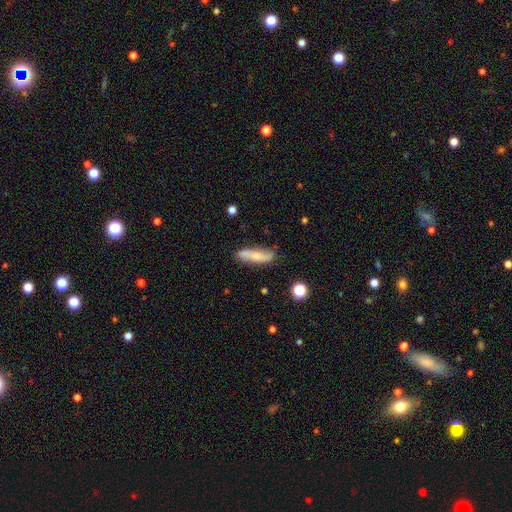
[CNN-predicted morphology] Overall: smooth (50%; featured or disk 43%). How rounded: cigar-shaped (64%; in between 33%). Merging: none (76%).